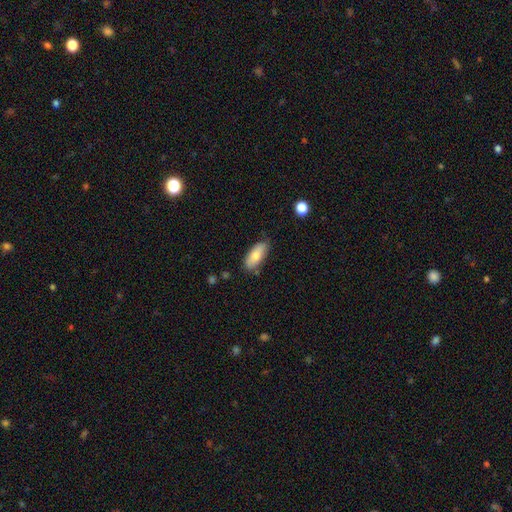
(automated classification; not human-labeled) Smooth or featured? smooth (74%)
How rounded? in between (84%)
Merging? none (76%)